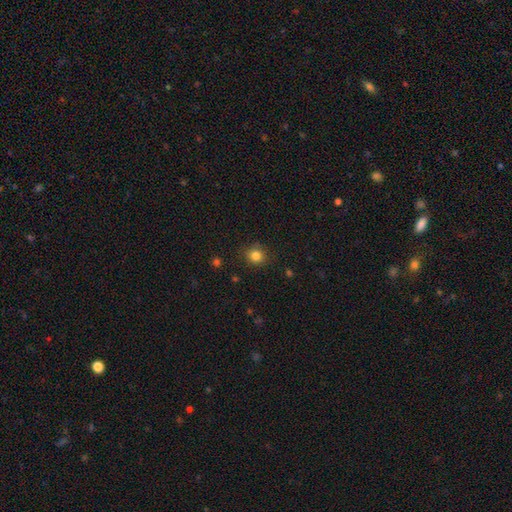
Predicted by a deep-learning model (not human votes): A smooth galaxy with no disk features (83%) that is round (88%). Merging: none (87%).